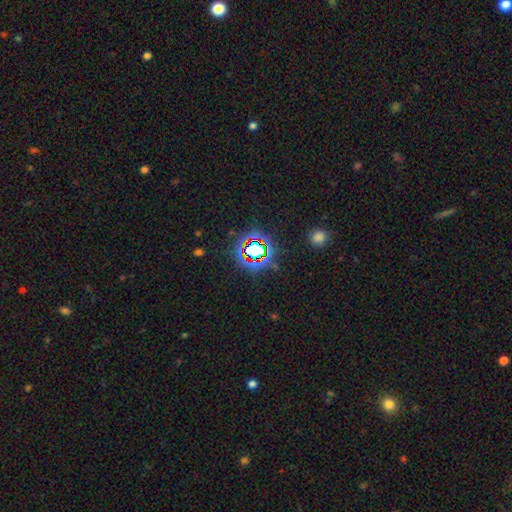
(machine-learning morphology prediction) Smooth or featured? Predicted: star or artifact (p=0.75).